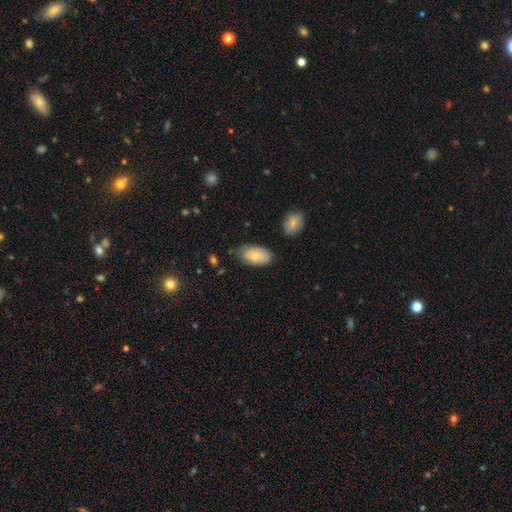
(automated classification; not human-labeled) A smooth galaxy with no disk features (75%) that is in between round and cigar-shaped (94%).

Vote fractions:
- Smooth or featured? smooth: 75% / featured or disk: 19% / star or artifact: 7%
- How rounded? in between: 94% / round: 4% / cigar-shaped: 2%
- Merging? none: 67% / minor disturbance: 25% / major disturbance: 5% / merger: 3%